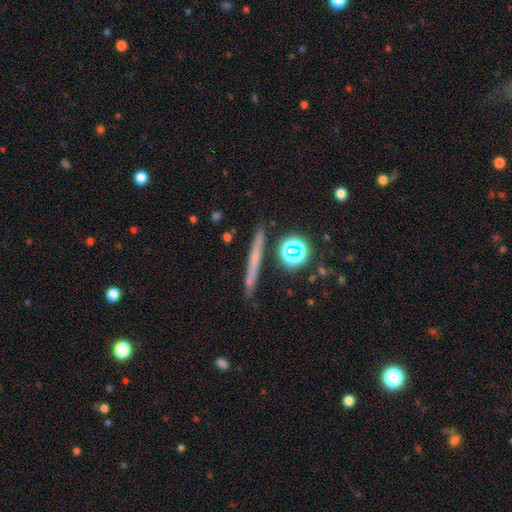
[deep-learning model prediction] Smooth or featured? Predicted: smooth (p=0.43). Merging? Predicted: none (p=0.86).